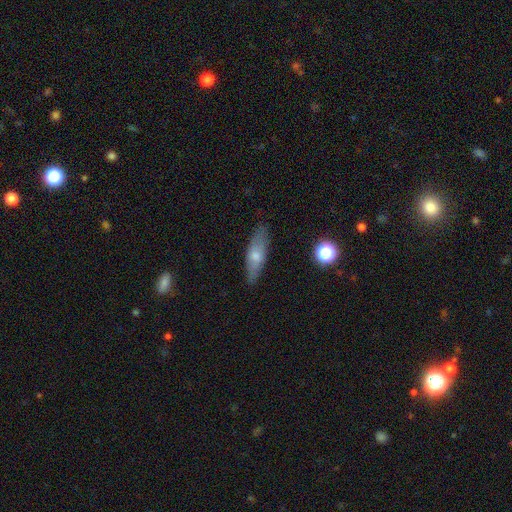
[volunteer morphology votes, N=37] smooth_or_featured: smooth (p=0.49) [tied with: featured or disk p=0.49]
how_rounded: cigar-shaped (p=0.67) [alt: in between p=0.33]
merging: none (p=0.86) [alt: minor disturbance p=0.08]